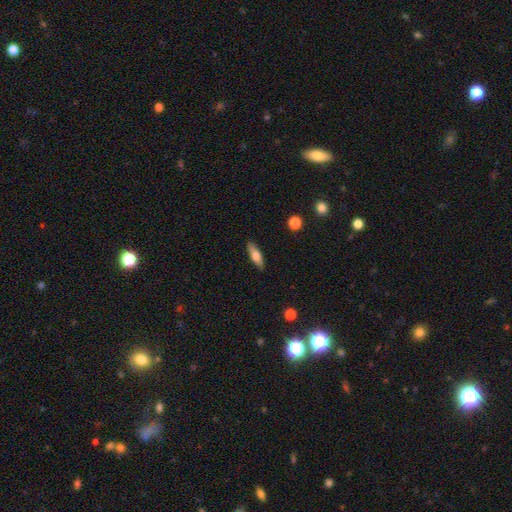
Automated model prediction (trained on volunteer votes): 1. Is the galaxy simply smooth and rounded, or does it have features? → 63% smooth, 30% featured or disk, 7% star or artifact.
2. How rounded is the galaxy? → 49% cigar-shaped, 48% in between, 3% round.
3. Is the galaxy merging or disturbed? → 86% none, 10% minor disturbance, 2% major disturbance, 1% merger.